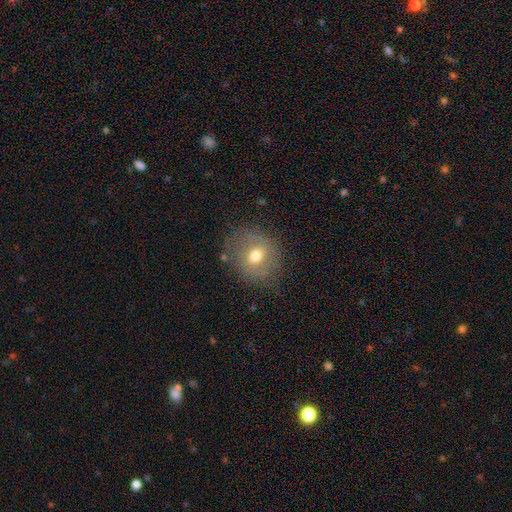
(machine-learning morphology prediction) smooth-or-featured: smooth: 55% | featured or disk: 35% | star or artifact: 10%
  how-rounded: round: 74% | in between: 24% | cigar-shaped: 1%
  merging: none: 73% | minor disturbance: 17% | major disturbance: 8% | merger: 2%